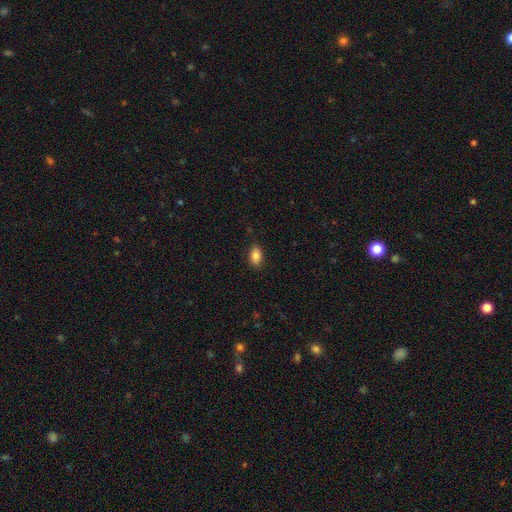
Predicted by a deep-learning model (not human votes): Smooth or featured? smooth (84%)
How rounded? in between (89%)
Merging? none (86%)